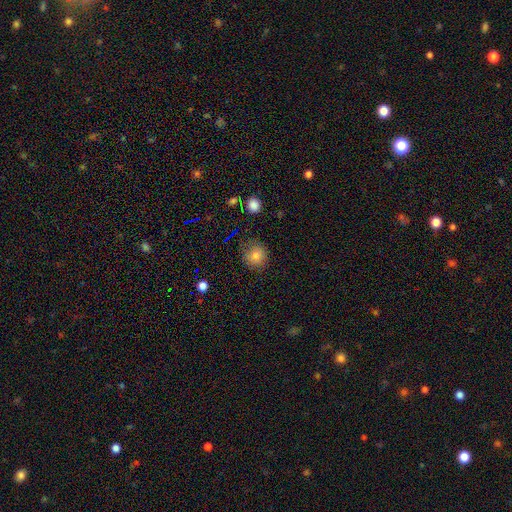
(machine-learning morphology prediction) Smooth or featured? smooth (78%)
How rounded? round (92%)
Merging? none (83%)